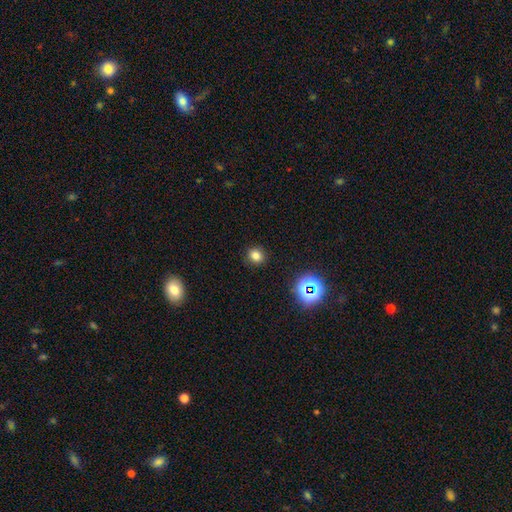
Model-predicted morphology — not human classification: A smooth galaxy with no disk features (77%) that is round (74%). Merging: none (89%).